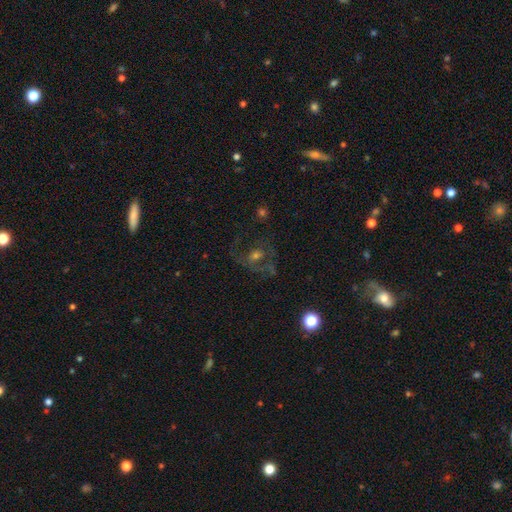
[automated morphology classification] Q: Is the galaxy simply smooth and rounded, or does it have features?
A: featured or disk — 56%.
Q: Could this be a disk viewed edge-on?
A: no — 97%.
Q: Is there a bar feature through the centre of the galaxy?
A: no — 71%.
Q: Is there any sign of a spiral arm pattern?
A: yes — 59%.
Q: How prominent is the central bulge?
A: moderate — 50%.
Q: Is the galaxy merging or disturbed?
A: none — 49%.